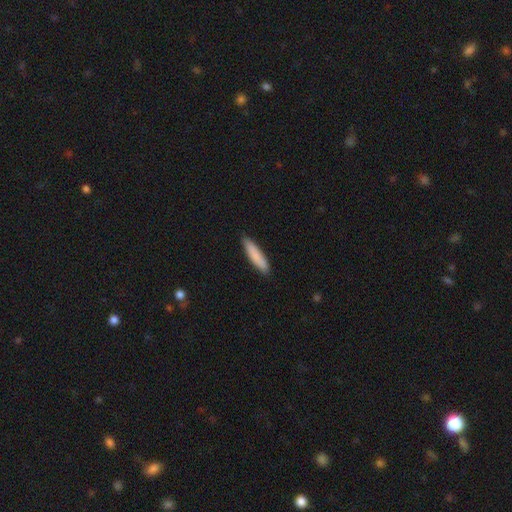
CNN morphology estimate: The model was most divided on "how rounded": cigar-shaped: 82%, in between: 17%, round: 1%. More confident: merging — none (87%); smooth or featured — smooth (85%).